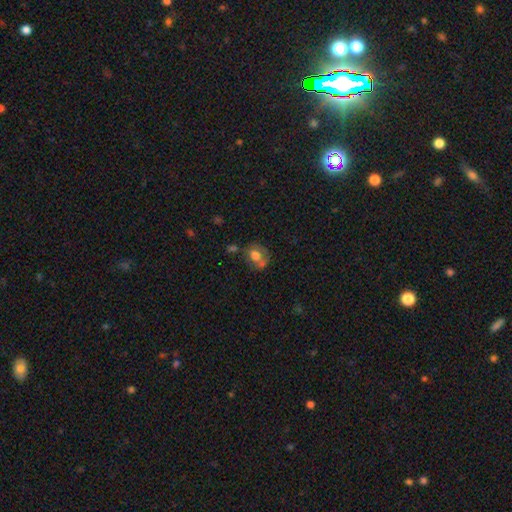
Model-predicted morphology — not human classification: type=smooth (63%); roundness=round (55%); merging=none (43%).